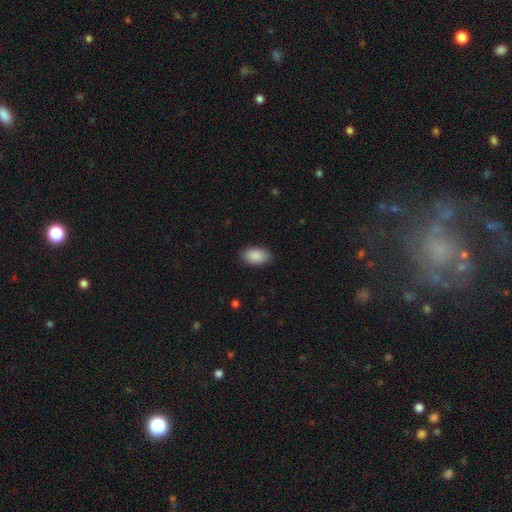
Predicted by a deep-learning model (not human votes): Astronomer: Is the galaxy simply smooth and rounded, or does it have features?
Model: smooth — 90%.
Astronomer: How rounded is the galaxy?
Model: in between — 93%.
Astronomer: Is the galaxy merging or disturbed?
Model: none — 86%.